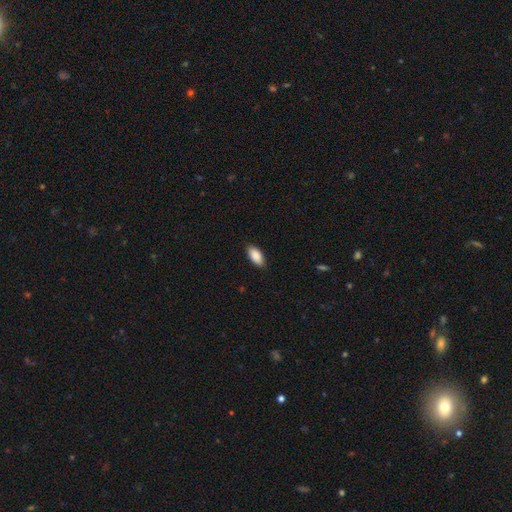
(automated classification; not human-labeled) Overall: smooth (90%). How rounded: in between (92%). Merging: none (86%).